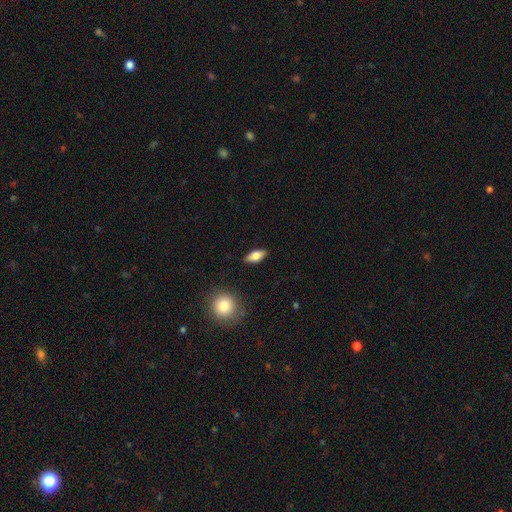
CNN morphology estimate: type=smooth (71%); roundness=in between (79%); merging=none (88%).